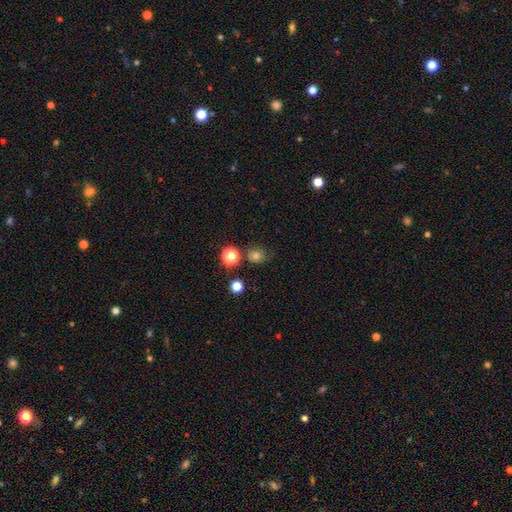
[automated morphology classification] Smooth or featured? smooth (71%)
How rounded? round (79%)
Merging? none (70%)